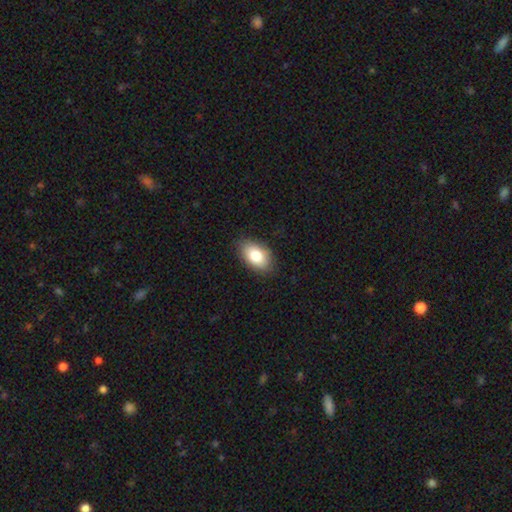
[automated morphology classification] A smooth galaxy with no disk features (81%) that is in between round and cigar-shaped (91%).

Vote fractions:
- Smooth or featured? smooth: 81% / featured or disk: 11% / star or artifact: 7%
- How rounded? in between: 91% / round: 8% / cigar-shaped: 1%
- Merging? none: 85% / minor disturbance: 11% / major disturbance: 2% / merger: 1%